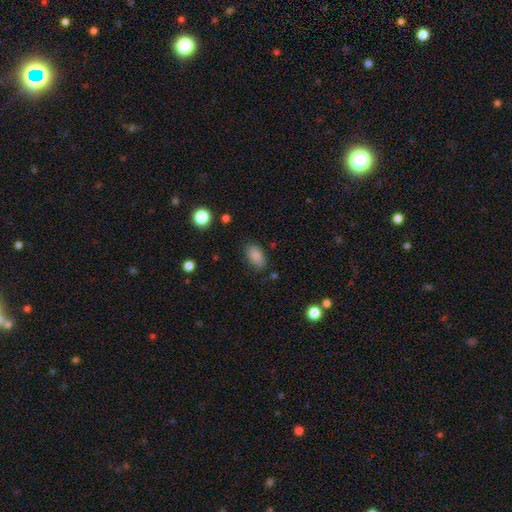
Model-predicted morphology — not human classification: This is clearly a smooth galaxy (86%). How rounded: clearly in between (91%). Merging: likely none (78%).